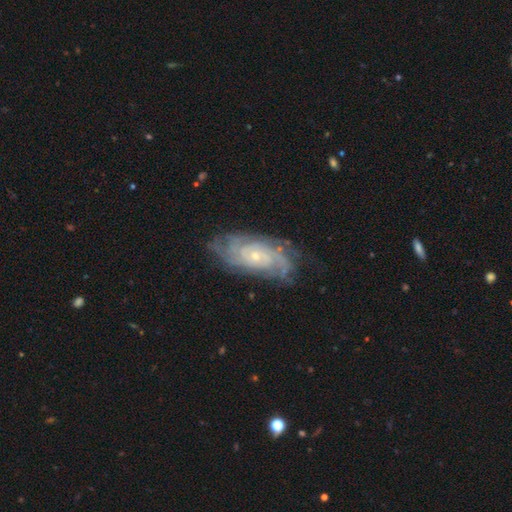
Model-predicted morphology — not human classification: Smooth or featured? Predicted: featured or disk (p=0.86). Edge-on disk? Predicted: no (p=0.94). Bar? Predicted: no (p=0.76). Spiral arms? Predicted: yes (p=0.96). Spiral winding? Predicted: tight (p=0.71). Spiral arm count? Predicted: can't tell (p=0.36). Bulge size? Predicted: small (p=0.77). Merging? Predicted: none (p=0.77).